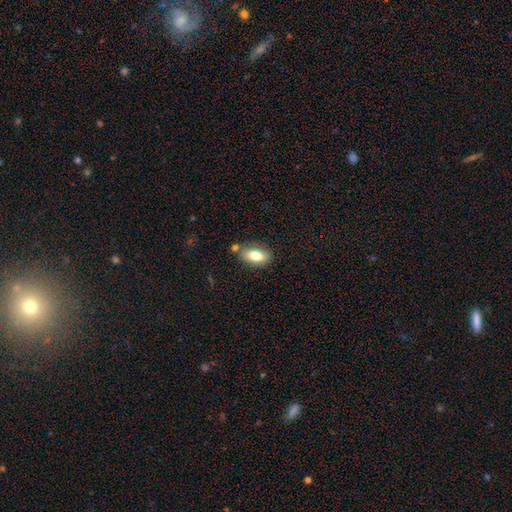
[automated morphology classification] This is likely a smooth galaxy (77%). How rounded: clearly in between (87%). Merging: likely none (74%).